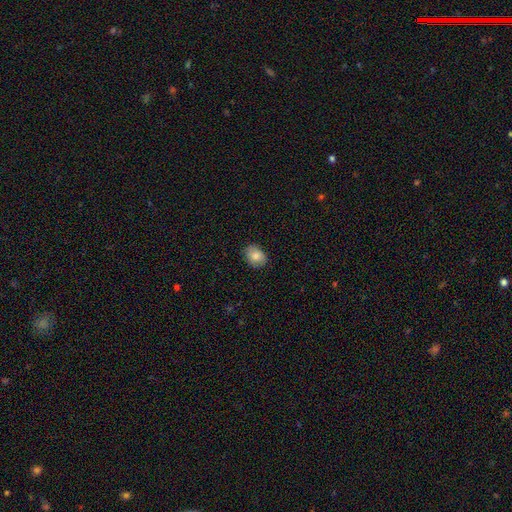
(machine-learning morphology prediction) smooth_or_featured: smooth (p=0.83) [alt: featured or disk p=0.10]
how_rounded: in between (p=0.61) [alt: round p=0.38]
merging: none (p=0.84) [alt: minor disturbance p=0.13]